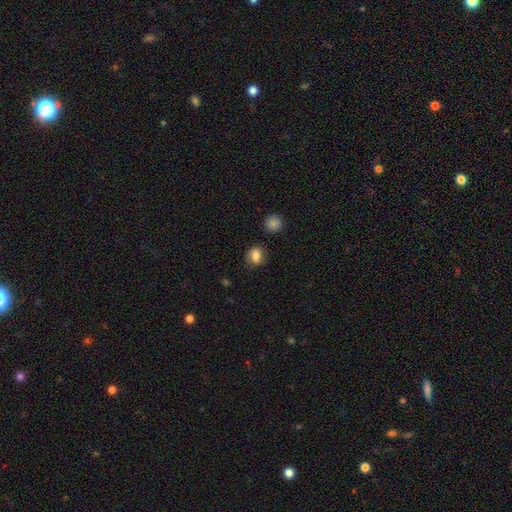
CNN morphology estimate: Smooth or featured: smooth — 80% (featured or disk — 11%)
How rounded: in between — 50% (round — 49%)
Merging: none — 73% (minor disturbance — 18%)